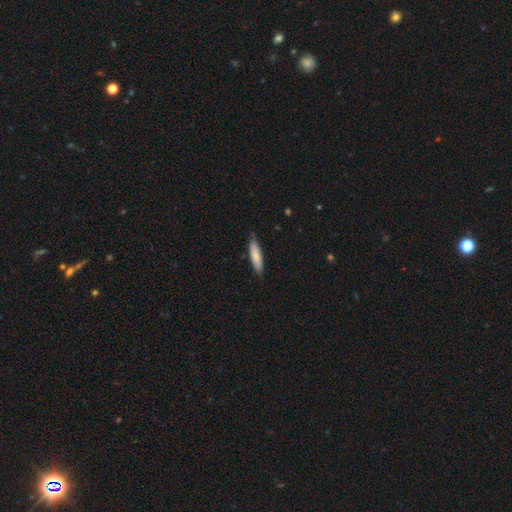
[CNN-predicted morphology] This appears to be a smooth galaxy with no disk features (80%) that is cigar-shaped (77%). Merging: none (84%).